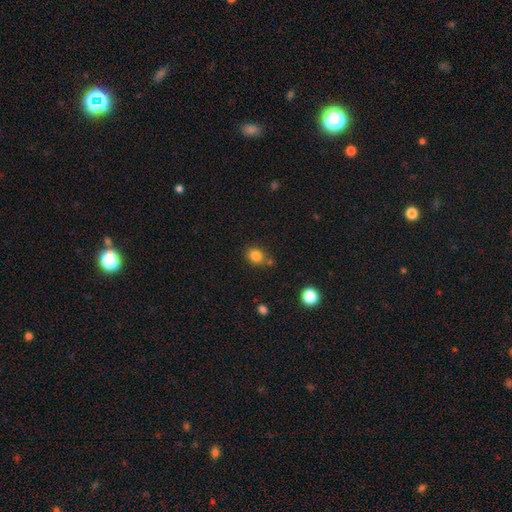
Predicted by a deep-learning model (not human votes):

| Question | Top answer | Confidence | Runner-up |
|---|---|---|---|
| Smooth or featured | smooth | 83% | star or artifact (11%) |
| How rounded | round | 62% | in between (37%) |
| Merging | none | 69% | minor disturbance (16%) |